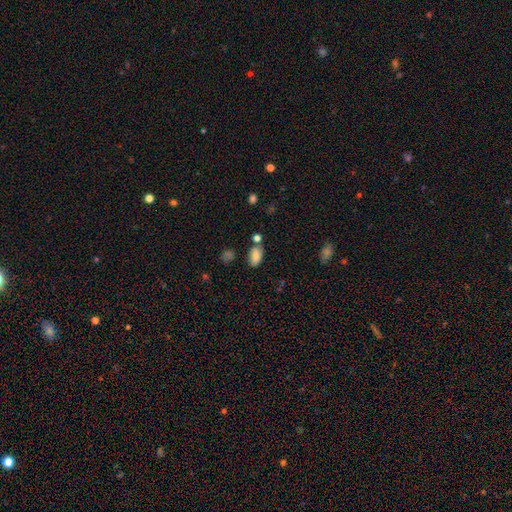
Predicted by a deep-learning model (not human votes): A smooth galaxy with no disk features (82%) that is in between round and cigar-shaped (92%). Merging: none (70%).